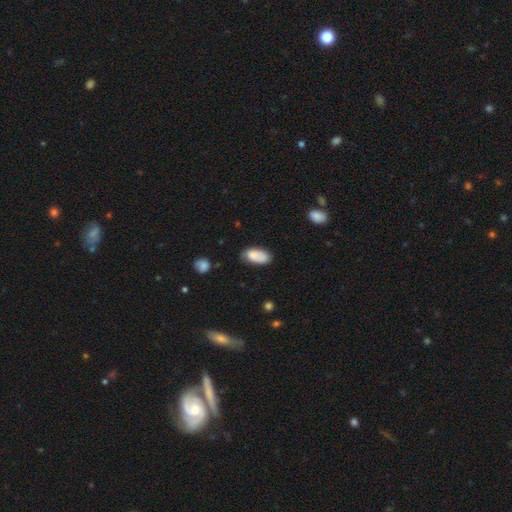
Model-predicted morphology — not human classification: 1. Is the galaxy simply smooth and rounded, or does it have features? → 80% smooth, 13% featured or disk, 7% star or artifact.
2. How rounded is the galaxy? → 93% in between, 4% cigar-shaped, 3% round.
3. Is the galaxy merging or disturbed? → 60% none, 29% minor disturbance, 7% major disturbance, 5% merger.